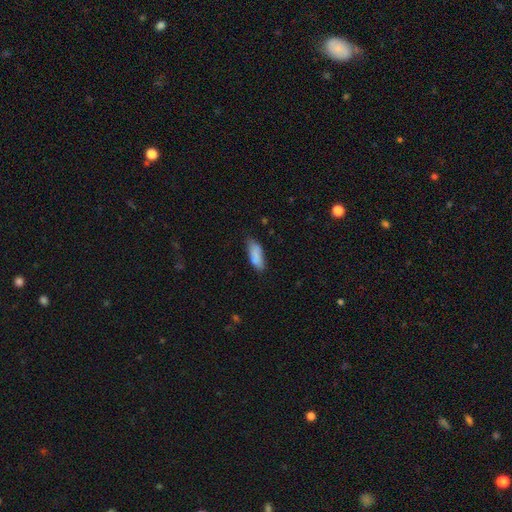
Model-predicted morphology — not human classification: A smooth galaxy with no disk features (83%) that is in between round and cigar-shaped (71%).

Vote fractions:
- Smooth or featured? smooth: 83% / featured or disk: 10% / star or artifact: 7%
- How rounded? in between: 71% / cigar-shaped: 27% / round: 2%
- Merging? none: 64% / minor disturbance: 26% / major disturbance: 6% / merger: 3%